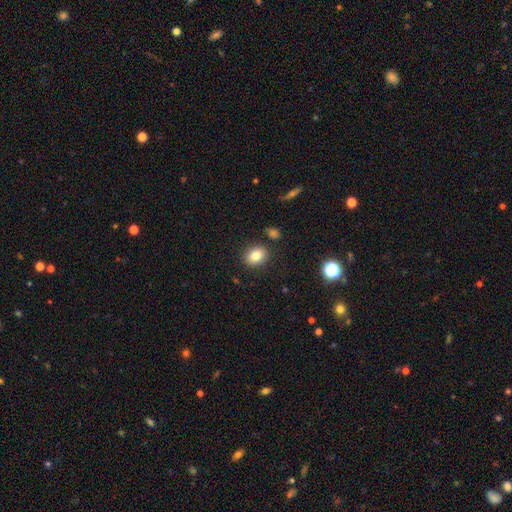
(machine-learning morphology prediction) smooth 81%, star or artifact 10%, featured or disk 8%. Down the decision tree: how rounded — in between (52%); merging — none (85%).